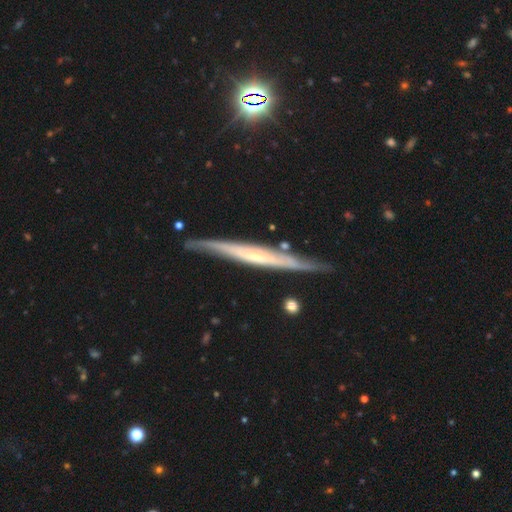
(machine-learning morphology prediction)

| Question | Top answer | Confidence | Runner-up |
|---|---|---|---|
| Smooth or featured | featured or disk | 74% | smooth (20%) |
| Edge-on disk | yes | 93% | no (7%) |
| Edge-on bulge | none | 55% | rounded (36%) |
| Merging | none | 82% | minor disturbance (13%) |